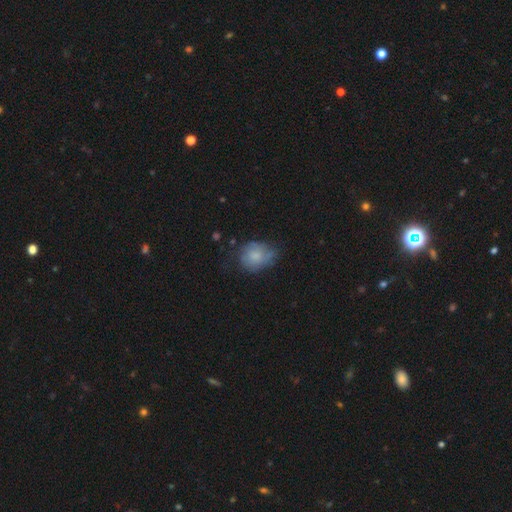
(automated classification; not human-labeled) smooth_or_featured: smooth (p=0.69) [alt: featured or disk p=0.23]
how_rounded: in between (p=0.51) [alt: round p=0.48]
merging: none (p=0.47) [alt: minor disturbance p=0.35]